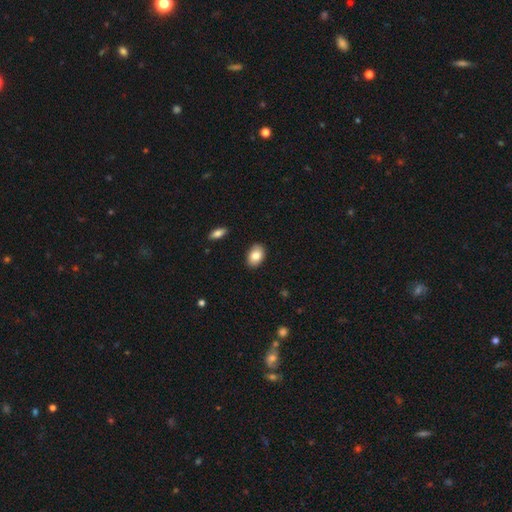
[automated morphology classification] smooth 83%, featured or disk 10%, star or artifact 7%. Down the decision tree: how rounded — in between (85%); merging — none (88%).